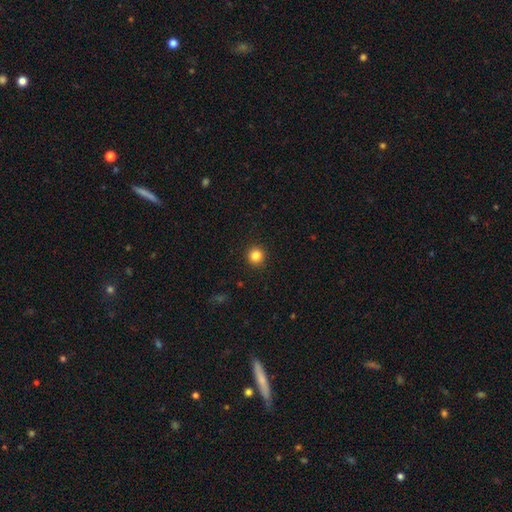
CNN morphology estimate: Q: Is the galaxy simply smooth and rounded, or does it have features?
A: smooth — 84%.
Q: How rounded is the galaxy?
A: round — 95%.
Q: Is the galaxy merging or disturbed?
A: none — 93%.